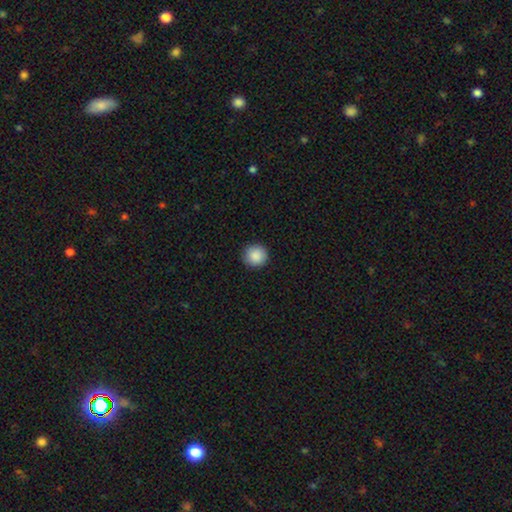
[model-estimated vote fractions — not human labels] smooth_or_featured: smooth (p=0.89) [alt: star or artifact p=0.08]
how_rounded: round (p=0.94) [alt: in between p=0.05]
merging: none (p=0.92) [alt: minor disturbance p=0.05]